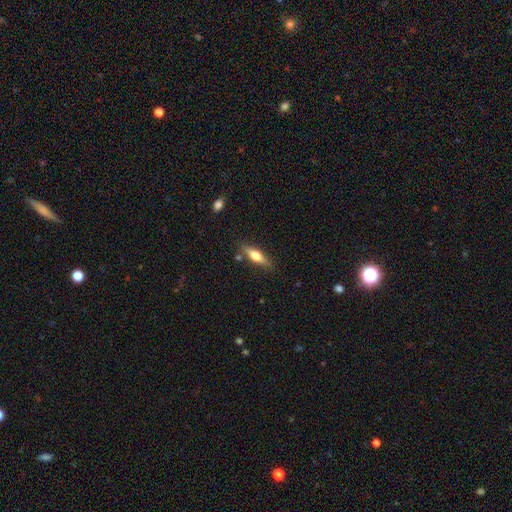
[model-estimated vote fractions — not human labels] Smooth or featured: smooth — 51% (featured or disk — 43%)
How rounded: cigar-shaped — 61% (in between — 37%)
Merging: none — 82% (minor disturbance — 12%)